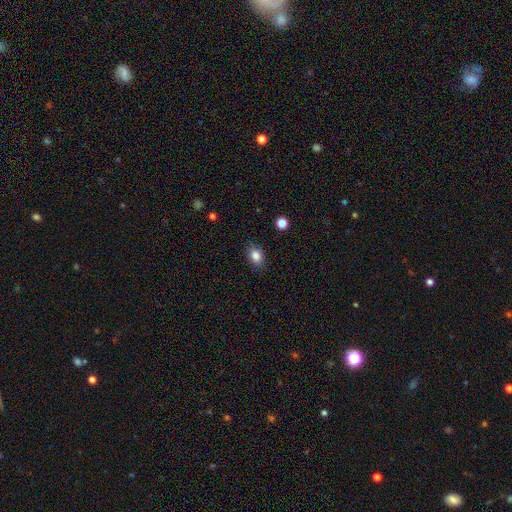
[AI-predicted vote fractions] smooth 84%, star or artifact 10%, featured or disk 6%. Down the decision tree: how rounded — in between (72%); merging — none (85%).